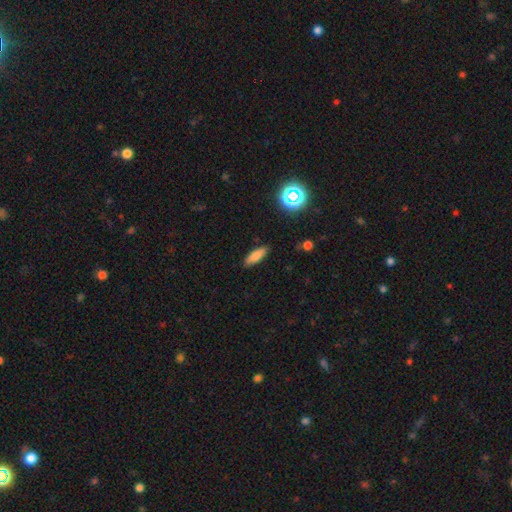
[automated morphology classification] This appears to be a smooth galaxy with no disk features (82%) that is in between round and cigar-shaped (58%). Merging: none (87%).